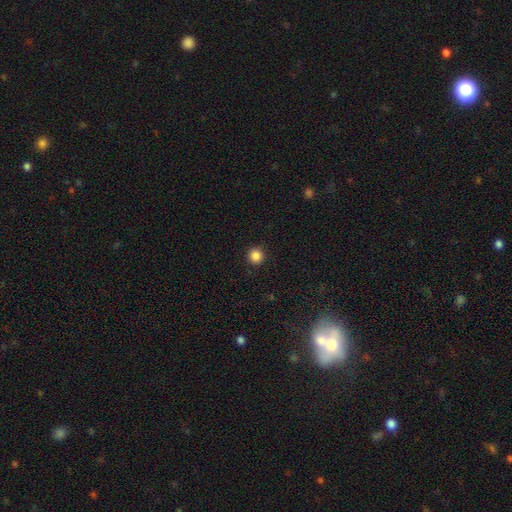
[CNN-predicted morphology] smooth-or-featured: smooth: 86% | star or artifact: 11% | featured or disk: 3%
  how-rounded: round: 95% | in between: 4% | cigar-shaped: 1%
  merging: none: 93% | minor disturbance: 5% | major disturbance: 2% | merger: 1%